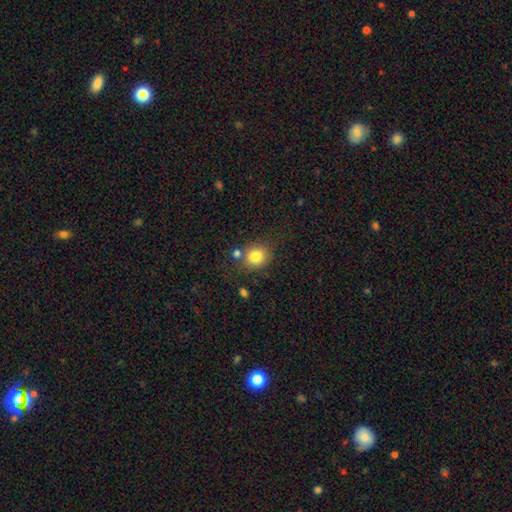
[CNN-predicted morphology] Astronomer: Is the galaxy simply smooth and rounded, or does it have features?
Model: smooth — 82%.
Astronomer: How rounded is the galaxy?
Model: round — 76%.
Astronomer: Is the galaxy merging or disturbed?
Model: none — 72%.